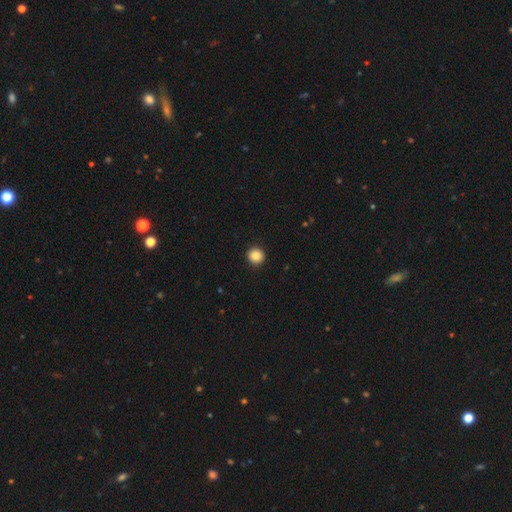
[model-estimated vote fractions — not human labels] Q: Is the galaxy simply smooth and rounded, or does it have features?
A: smooth — 88%.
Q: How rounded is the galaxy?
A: round — 94%.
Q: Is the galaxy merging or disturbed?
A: none — 93%.